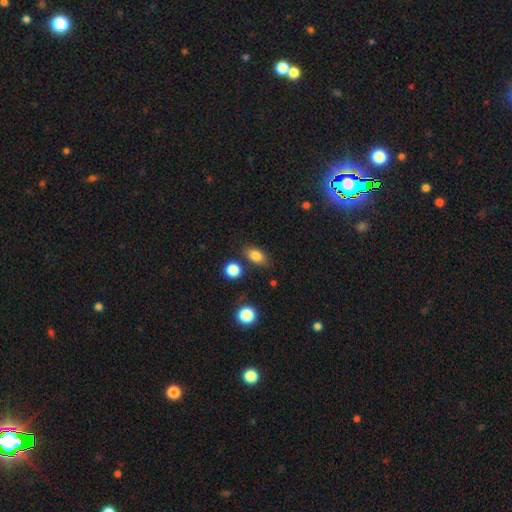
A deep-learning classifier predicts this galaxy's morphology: Smooth or featured?
  - smooth: 82% *
  - star or artifact: 10%
  - featured or disk: 8%
How rounded?
  - in between: 79% *
  - round: 18%
  - cigar-shaped: 3%
Merging?
  - none: 79% *
  - minor disturbance: 13%
  - merger: 5%
  - major disturbance: 3%